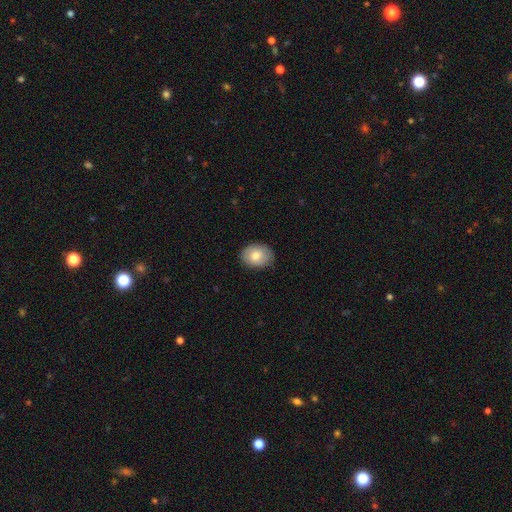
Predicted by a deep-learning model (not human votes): Morphology: type=smooth (77%); roundness=in between (63%); merging=none (84%).